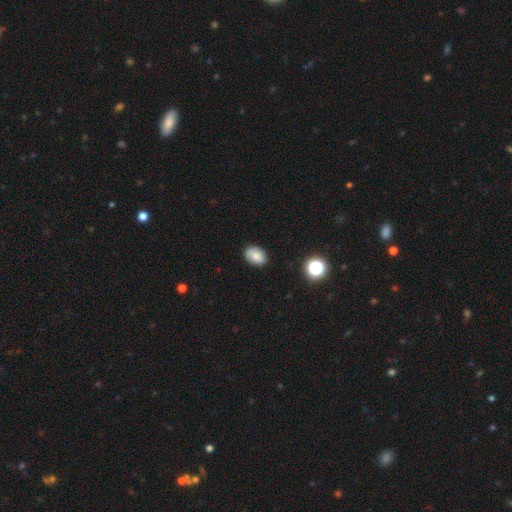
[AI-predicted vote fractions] Smooth or featured? smooth (79%)
How rounded? in between (78%)
Merging? none (81%)